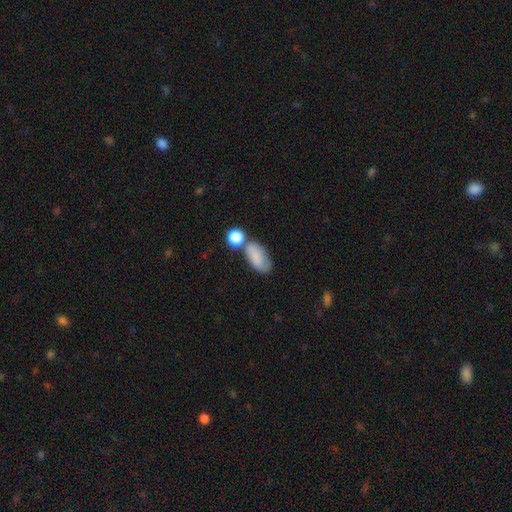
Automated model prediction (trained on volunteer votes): Smooth or featured? Predicted: smooth (p=0.78). How rounded? Predicted: in between (p=0.90). Merging? Predicted: none (p=0.45).